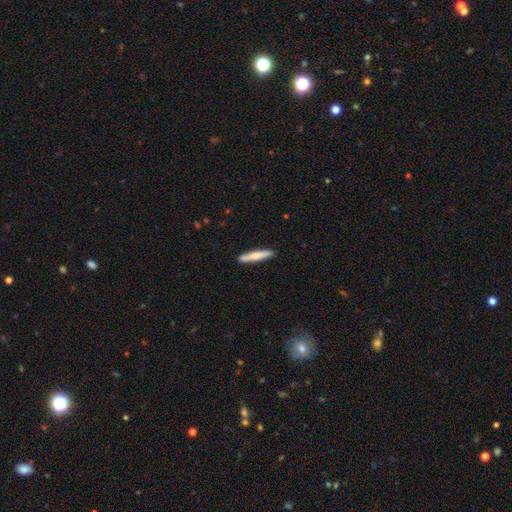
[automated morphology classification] smooth 67%, featured or disk 28%, star or artifact 5%. Down the decision tree: how rounded — cigar-shaped (92%); merging — none (88%).